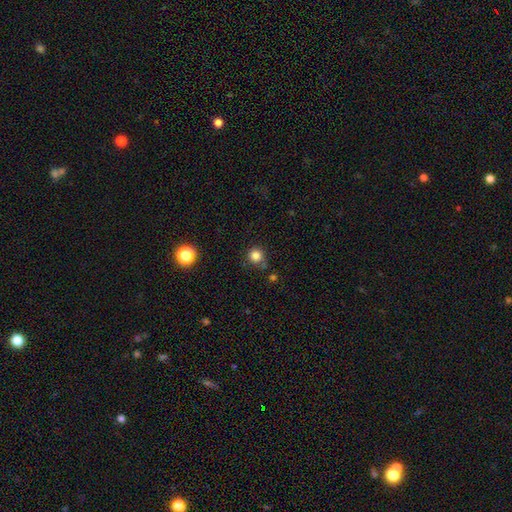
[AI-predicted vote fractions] Smooth or featured: smooth — 83% (star or artifact — 13%)
How rounded: round — 93% (in between — 6%)
Merging: none — 75% (minor disturbance — 15%)